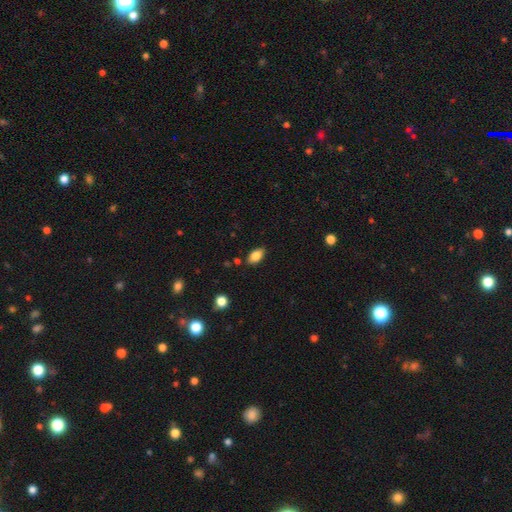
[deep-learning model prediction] Smooth or featured: smooth — 81% (featured or disk — 10%)
How rounded: in between — 90% (round — 5%)
Merging: none — 83% (minor disturbance — 12%)